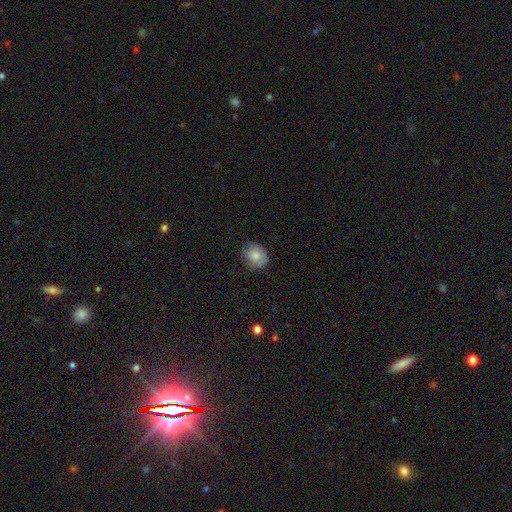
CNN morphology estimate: smooth-or-featured: smooth: 77% | featured or disk: 15% | star or artifact: 8%
  how-rounded: round: 64% | in between: 35% | cigar-shaped: 1%
  merging: none: 74% | minor disturbance: 21% | major disturbance: 5% | merger: 1%